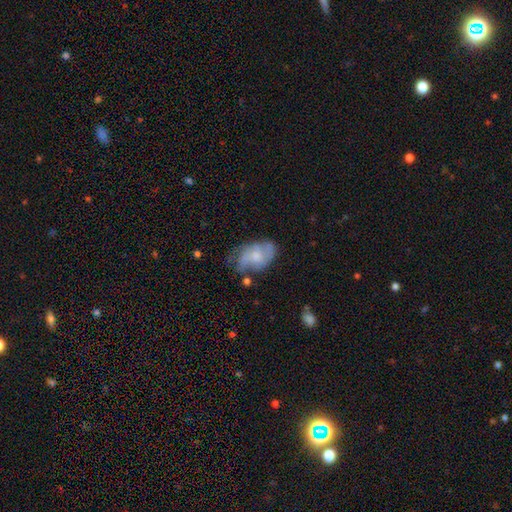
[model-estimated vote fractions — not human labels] This appears to be a featured or disk galaxy (52%). Merging: none (46%).